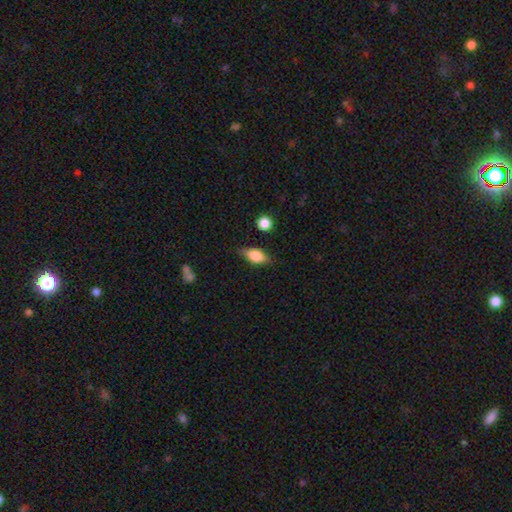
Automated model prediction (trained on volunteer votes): Q: Smooth or featured?
A: smooth (69%); runner-up: featured or disk (23%)
Q: How rounded?
A: in between (81%); runner-up: cigar-shaped (11%)
Q: Merging?
A: none (73%); runner-up: minor disturbance (20%)